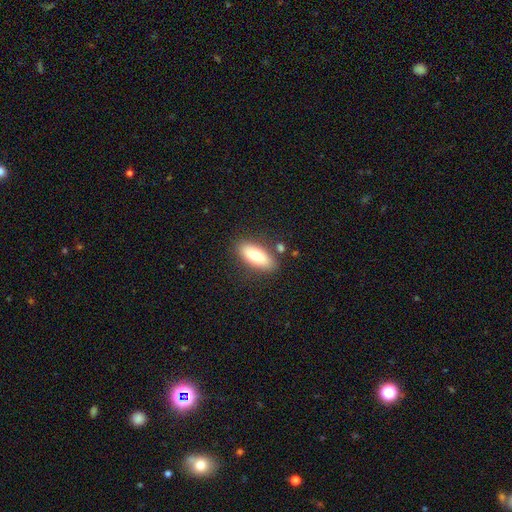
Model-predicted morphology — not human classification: smooth 76%, featured or disk 18%, star or artifact 7%. Down the decision tree: how rounded — in between (75%); merging — none (81%).